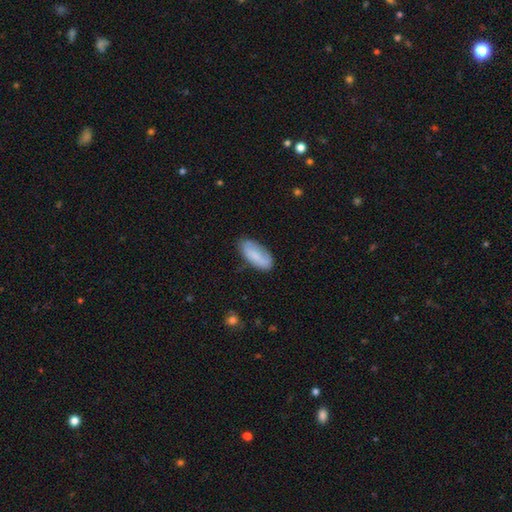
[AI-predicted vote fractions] Overall: smooth (75%). How rounded: in between (86%). Merging: none (70%).